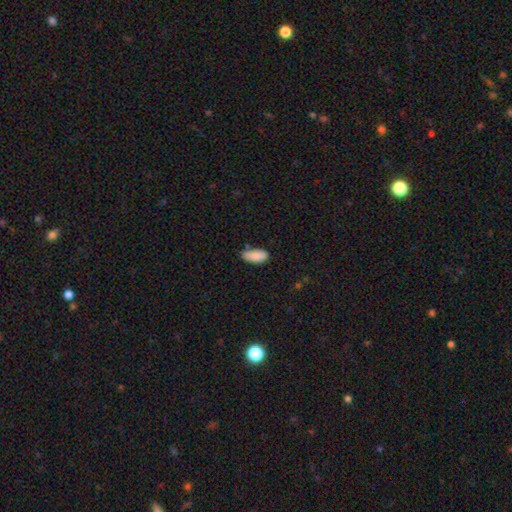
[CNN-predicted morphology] Q: Smooth or featured?
A: smooth (87%); runner-up: star or artifact (7%)
Q: How rounded?
A: in between (88%); runner-up: cigar-shaped (10%)
Q: Merging?
A: none (62%); runner-up: minor disturbance (27%)